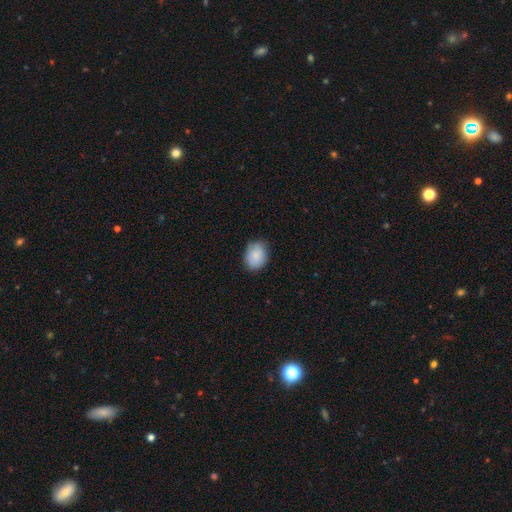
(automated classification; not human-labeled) Smooth or featured: smooth — 87% (star or artifact — 7%)
How rounded: in between — 57% (round — 42%)
Merging: none — 79% (minor disturbance — 17%)